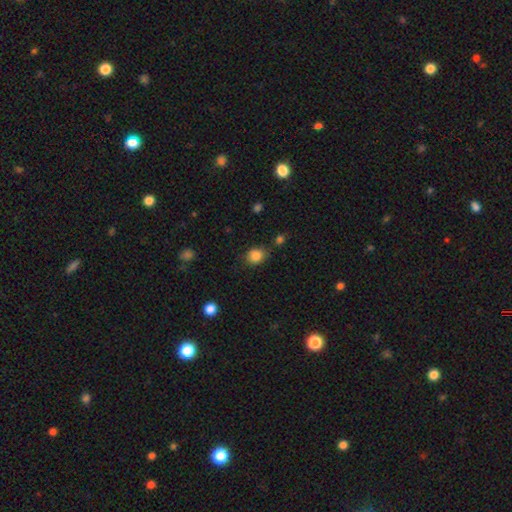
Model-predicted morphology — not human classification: Smooth or featured? smooth (85%)
How rounded? round (64%)
Merging? none (75%)